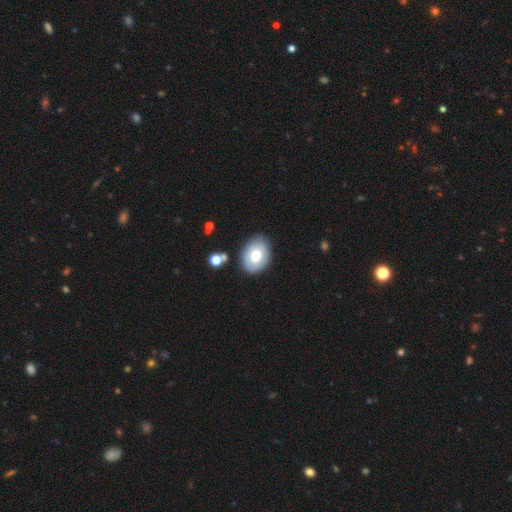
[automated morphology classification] Q: Smooth or featured?
A: smooth (70%); runner-up: featured or disk (23%)
Q: How rounded?
A: in between (72%); runner-up: round (27%)
Q: Merging?
A: none (80%); runner-up: minor disturbance (14%)